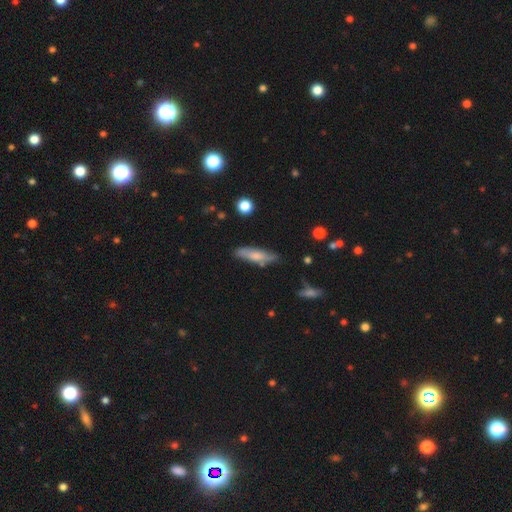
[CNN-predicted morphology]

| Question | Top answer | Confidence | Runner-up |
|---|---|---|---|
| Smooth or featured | smooth | 66% | featured or disk (27%) |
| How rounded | cigar-shaped | 66% | in between (32%) |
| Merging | none | 74% | minor disturbance (18%) |